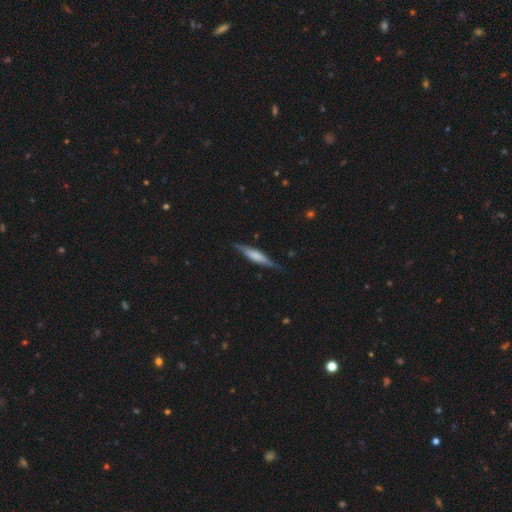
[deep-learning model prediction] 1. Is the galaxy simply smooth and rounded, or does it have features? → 50% featured or disk, 44% smooth, 6% star or artifact.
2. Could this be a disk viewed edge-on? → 93% yes, 7% no.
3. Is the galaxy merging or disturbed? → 81% none, 15% minor disturbance, 3% major disturbance, 1% merger.